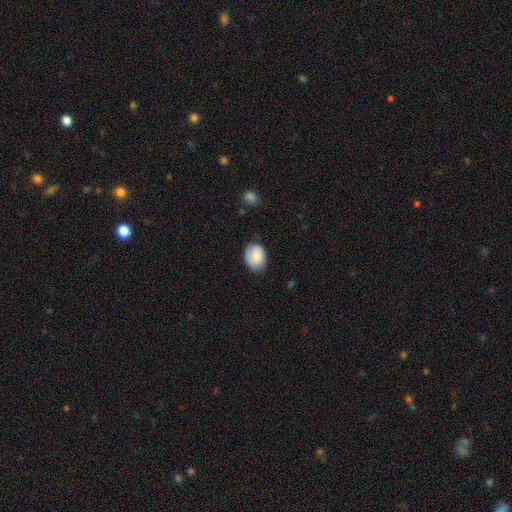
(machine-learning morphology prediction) Smooth or featured?
  - smooth: 83% *
  - featured or disk: 10%
  - star or artifact: 7%
How rounded?
  - in between: 61% *
  - round: 38%
  - cigar-shaped: 1%
Merging?
  - none: 71% *
  - minor disturbance: 23%
  - major disturbance: 4%
  - merger: 1%